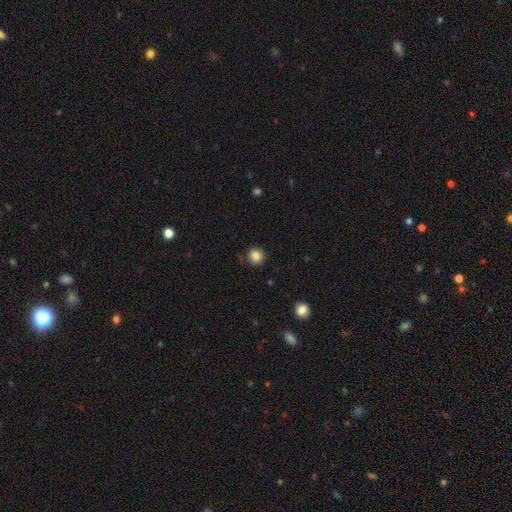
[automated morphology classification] This appears to be a smooth galaxy with no disk features (84%) that is round (90%). Merging: none (88%).